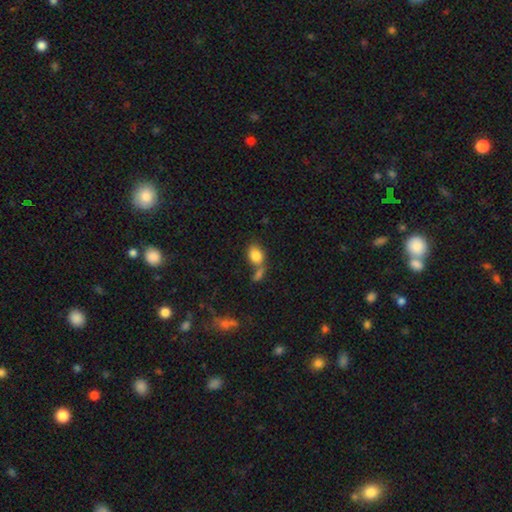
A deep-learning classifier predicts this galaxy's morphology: Smooth or featured: smooth — 83% (featured or disk — 9%)
How rounded: in between — 70% (round — 29%)
Merging: none — 46% (merger — 34%)